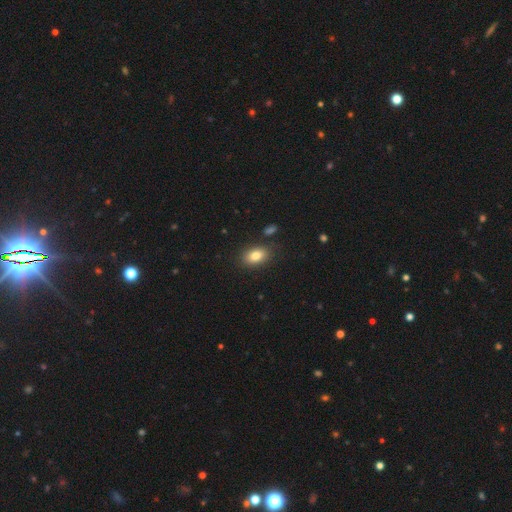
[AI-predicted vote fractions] Smooth or featured?
  - smooth: 82% *
  - featured or disk: 10%
  - star or artifact: 9%
How rounded?
  - in between: 86% *
  - round: 12%
  - cigar-shaped: 2%
Merging?
  - none: 83% *
  - minor disturbance: 11%
  - merger: 3%
  - major disturbance: 3%